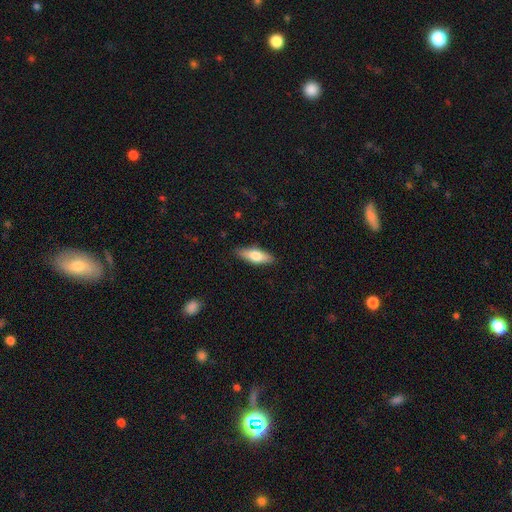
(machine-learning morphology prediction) Smooth or featured? Predicted: smooth (p=0.67). How rounded? Predicted: in between (p=0.59). Merging? Predicted: none (p=0.88).